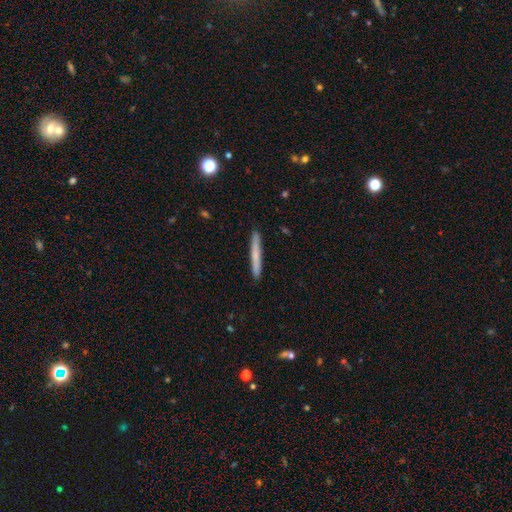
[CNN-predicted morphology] Smooth or featured? smooth (69%)
How rounded? cigar-shaped (97%)
Merging? none (91%)